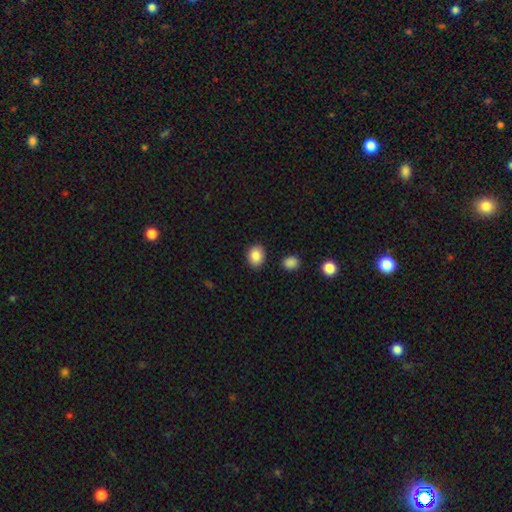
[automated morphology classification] Smooth or featured? Predicted: smooth (p=0.88). How rounded? Predicted: round (p=0.50). Merging? Predicted: none (p=0.86).